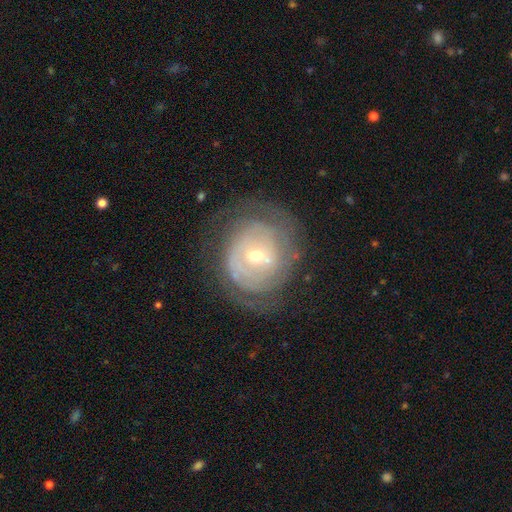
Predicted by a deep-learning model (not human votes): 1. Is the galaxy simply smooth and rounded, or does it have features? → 70% featured or disk, 22% smooth, 8% star or artifact.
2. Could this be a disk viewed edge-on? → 96% no, 4% yes.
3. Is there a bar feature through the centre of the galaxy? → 66% no, 27% weak, 7% strong.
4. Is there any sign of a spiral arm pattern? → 69% yes, 31% no.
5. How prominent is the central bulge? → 49% small, 46% moderate, 3% large, 1% none, 1% dominant.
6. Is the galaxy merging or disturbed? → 60% none, 20% minor disturbance, 16% major disturbance, 4% merger.